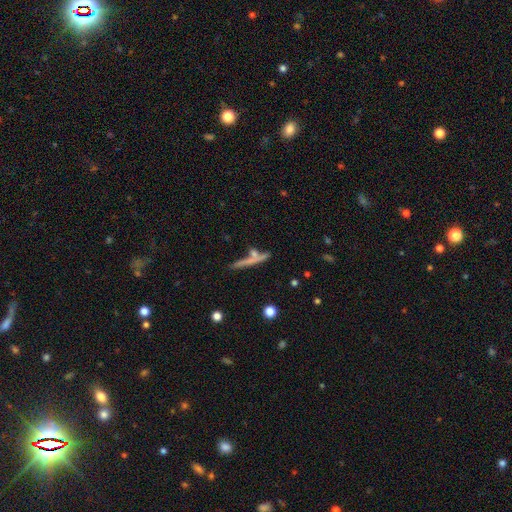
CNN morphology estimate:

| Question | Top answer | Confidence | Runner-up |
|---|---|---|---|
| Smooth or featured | smooth | 47% | featured or disk (44%) |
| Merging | none | 63% | merger (19%) |